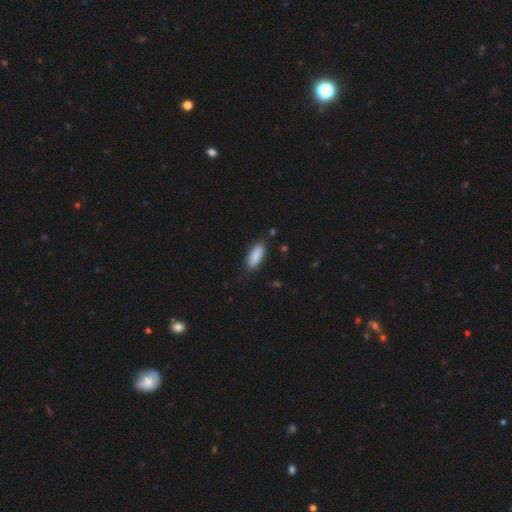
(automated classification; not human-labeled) Overall: smooth (90%). How rounded: in between (79%). Merging: none (85%).